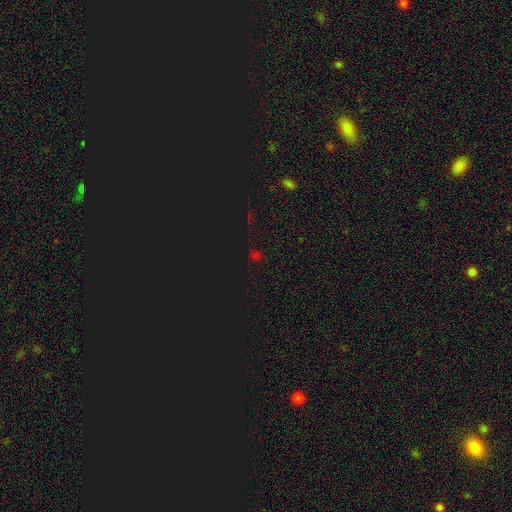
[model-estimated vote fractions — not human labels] Smooth or featured?
  - star or artifact: 68% *
  - smooth: 27%
  - featured or disk: 6%